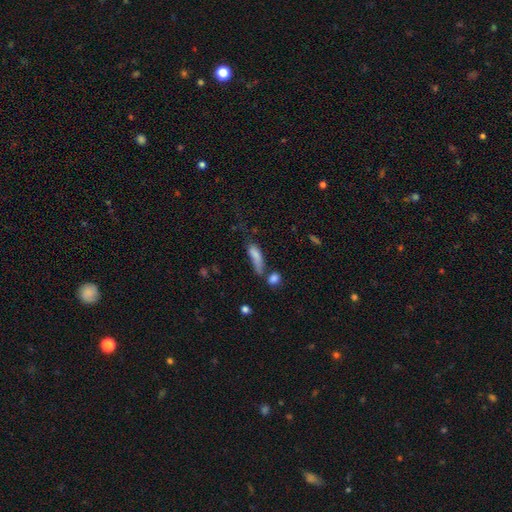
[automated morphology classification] smooth-or-featured: smooth: 75% | featured or disk: 15% | star or artifact: 10%
  how-rounded: cigar-shaped: 50% | in between: 46% | round: 4%
  merging: none: 30% | minor disturbance: 24% | major disturbance: 24% | merger: 23%